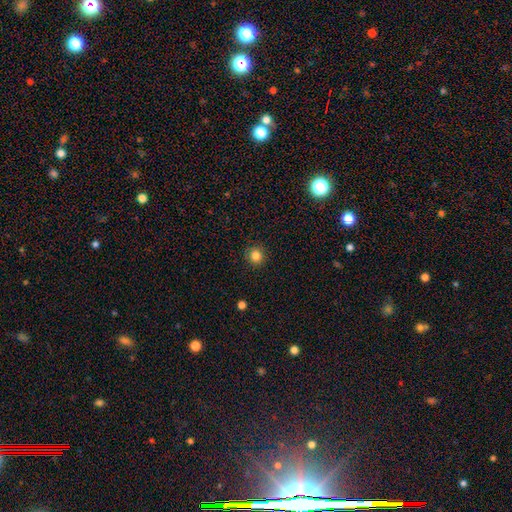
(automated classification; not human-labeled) Smooth or featured: smooth — 83% (star or artifact — 12%)
How rounded: round — 93% (in between — 6%)
Merging: none — 89% (minor disturbance — 7%)